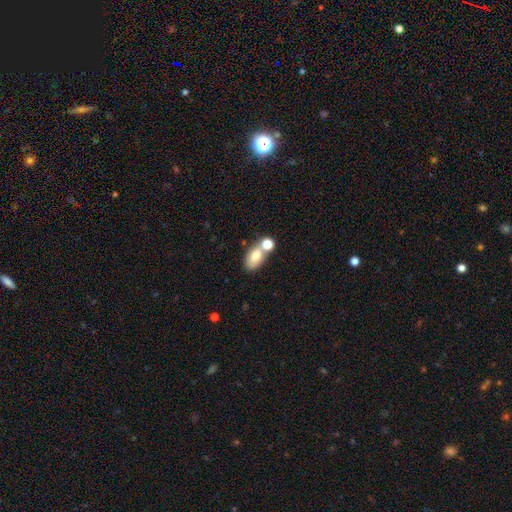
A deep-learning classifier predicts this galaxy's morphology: This appears to be a smooth galaxy with no disk features (72%) that is in between round and cigar-shaped (86%). Merging: none (43%).